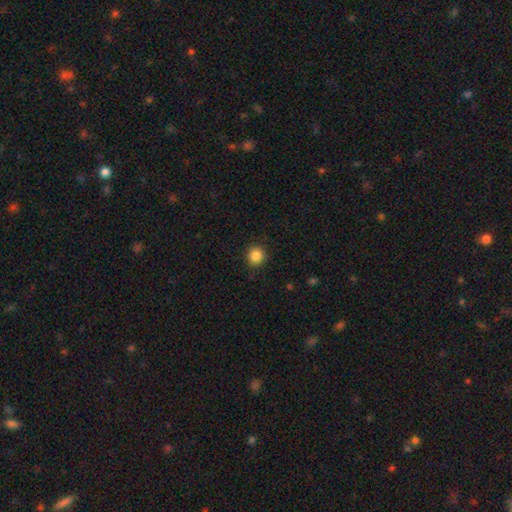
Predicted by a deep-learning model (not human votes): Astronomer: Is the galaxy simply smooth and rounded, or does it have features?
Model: smooth — 86%.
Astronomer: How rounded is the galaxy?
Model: round — 89%.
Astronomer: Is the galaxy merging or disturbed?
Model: none — 90%.